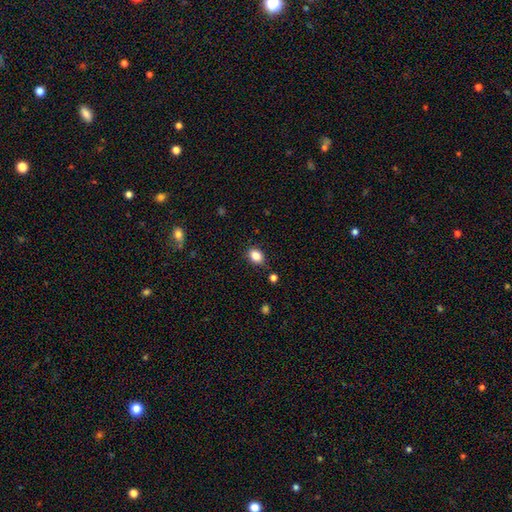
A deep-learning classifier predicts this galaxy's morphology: Smooth or featured? Predicted: smooth (p=0.85). How rounded? Predicted: in between (p=0.66). Merging? Predicted: none (p=0.82).